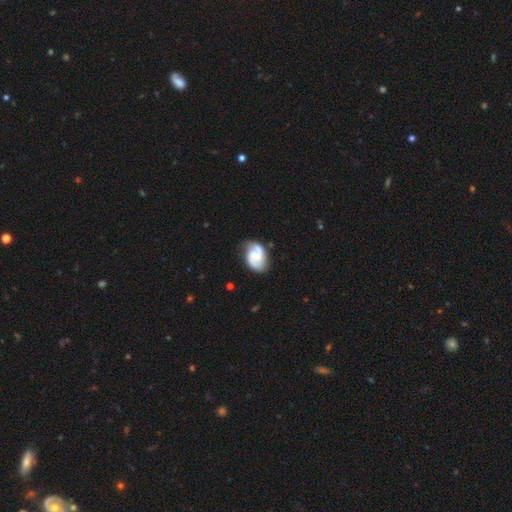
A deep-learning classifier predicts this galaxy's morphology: Overall: featured or disk (75%). Edge-on disk: no (98%). Bar: weak (44%; no 39%). Spiral arms: yes (93%). Spiral arm count: 2 (85%). Spiral winding: medium (47%; tight 29%). Bulge size: none (33%; small 32%). Merging: none (68%).